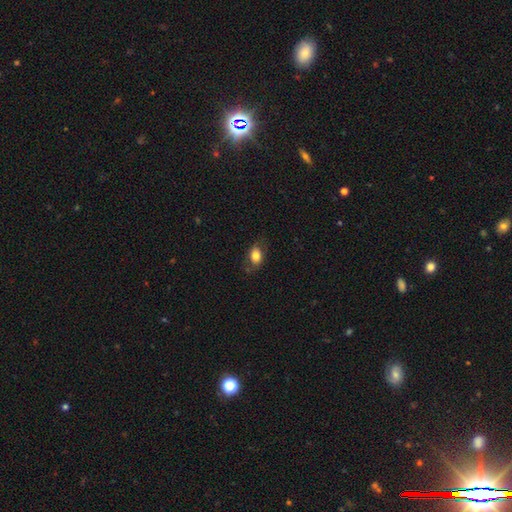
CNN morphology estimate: smooth-or-featured: smooth: 77% | featured or disk: 15% | star or artifact: 8%
  how-rounded: in between: 83% | round: 15% | cigar-shaped: 2%
  merging: none: 72% | minor disturbance: 19% | major disturbance: 7% | merger: 1%